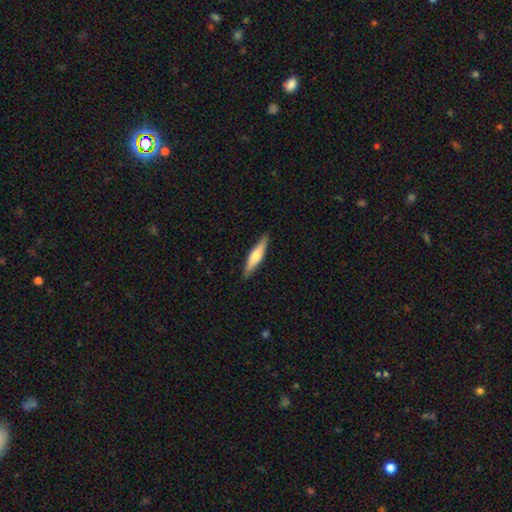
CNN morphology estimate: A smooth galaxy with no disk features (49%). Merging: none (89%).